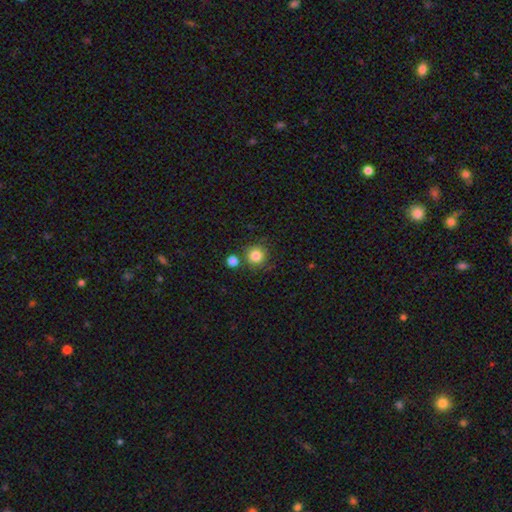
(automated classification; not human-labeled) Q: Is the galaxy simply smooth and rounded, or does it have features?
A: smooth — 83%.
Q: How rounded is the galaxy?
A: round — 93%.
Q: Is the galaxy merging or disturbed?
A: none — 77%.